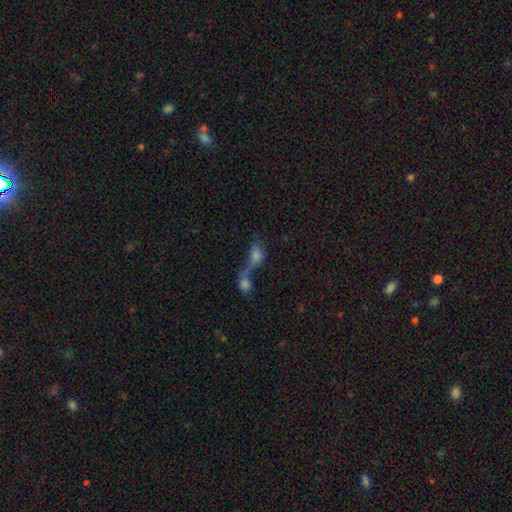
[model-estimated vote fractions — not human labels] smooth_or_featured: smooth (p=0.52) [alt: featured or disk p=0.25]
how_rounded: in between (p=0.64) [alt: round p=0.22]
merging: merger (p=0.67) [alt: none p=0.19]